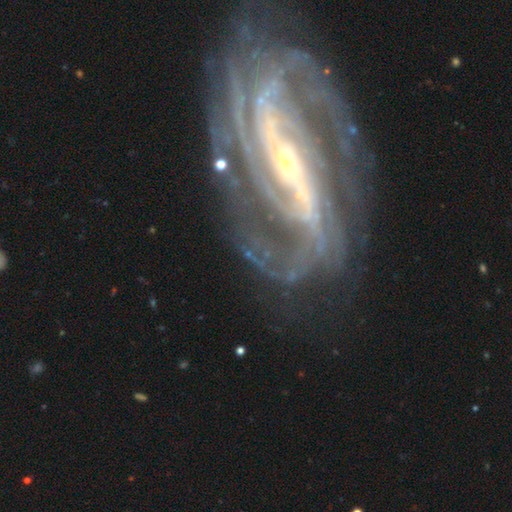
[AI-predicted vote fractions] Smooth or featured? Predicted: featured or disk (p=0.89). Edge-on disk? Predicted: no (p=0.95). Bar? Predicted: strong (p=0.50). Spiral arms? Predicted: yes (p=0.97). Spiral winding? Predicted: tight (p=0.45). Spiral arm count? Predicted: 2 (p=0.36). Bulge size? Predicted: small (p=0.78). Merging? Predicted: none (p=0.66).